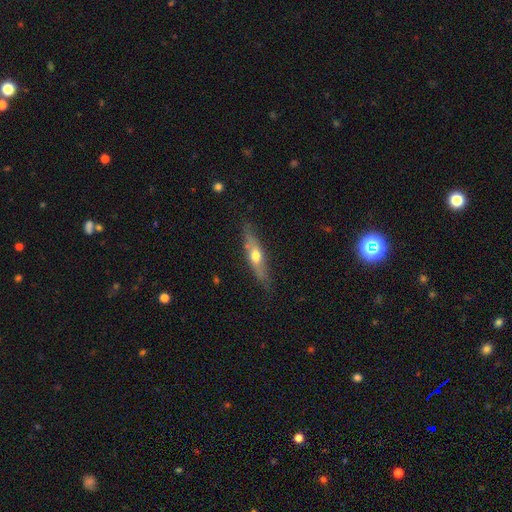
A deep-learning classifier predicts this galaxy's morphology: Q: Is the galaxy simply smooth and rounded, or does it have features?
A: featured or disk — 52%.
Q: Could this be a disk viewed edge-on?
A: yes — 79%.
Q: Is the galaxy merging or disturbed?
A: none — 78%.